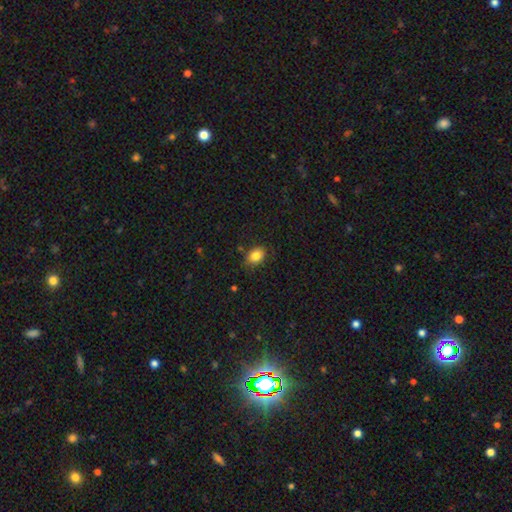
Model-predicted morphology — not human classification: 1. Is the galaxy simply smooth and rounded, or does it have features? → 84% smooth, 9% star or artifact, 7% featured or disk.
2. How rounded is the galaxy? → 73% in between, 26% round, 1% cigar-shaped.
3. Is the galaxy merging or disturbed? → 79% none, 16% minor disturbance, 3% major disturbance, 2% merger.